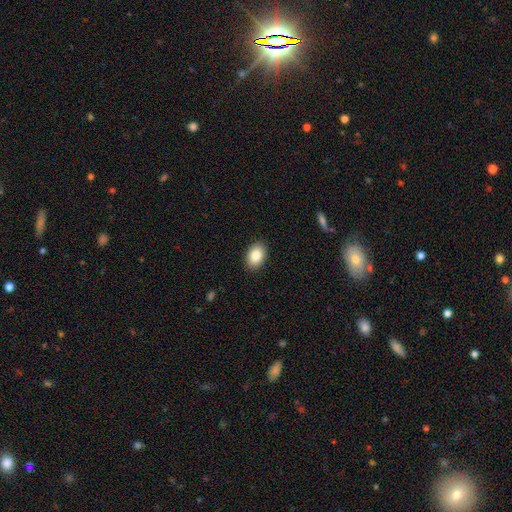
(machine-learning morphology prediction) This appears to be a smooth galaxy with no disk features (86%) that is in between round and cigar-shaped (86%). Merging: none (89%).